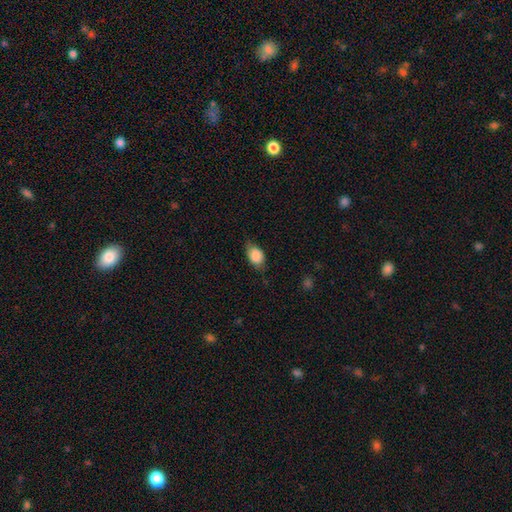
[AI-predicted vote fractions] Overall: smooth (86%). How rounded: in between (84%). Merging: none (65%; minor disturbance 27%).